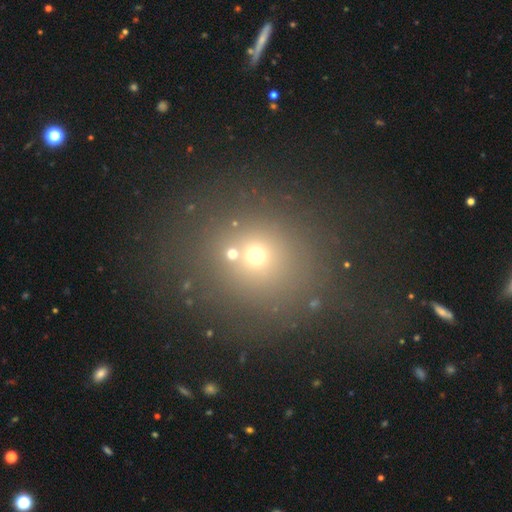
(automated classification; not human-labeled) smooth_or_featured: smooth (p=0.58) [alt: star or artifact p=0.31]
how_rounded: round (p=0.85) [alt: in between p=0.14]
merging: none (p=0.71) [alt: merger p=0.13]